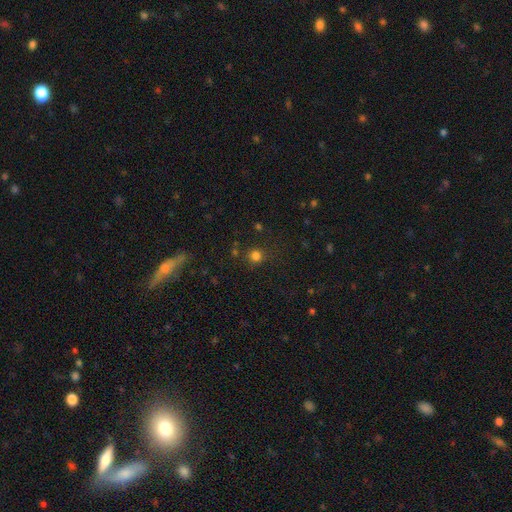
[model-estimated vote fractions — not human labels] smooth-or-featured: smooth: 78% | star or artifact: 17% | featured or disk: 5%
  how-rounded: round: 92% | in between: 7% | cigar-shaped: 1%
  merging: none: 83% | minor disturbance: 10% | major disturbance: 4% | merger: 4%